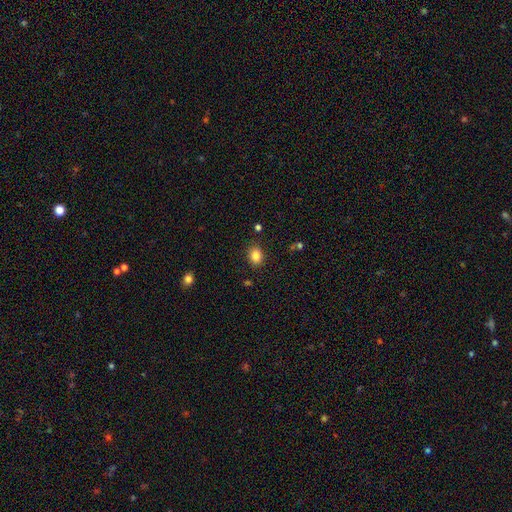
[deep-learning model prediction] Smooth or featured? smooth (85%)
How rounded? in between (61%)
Merging? none (85%)